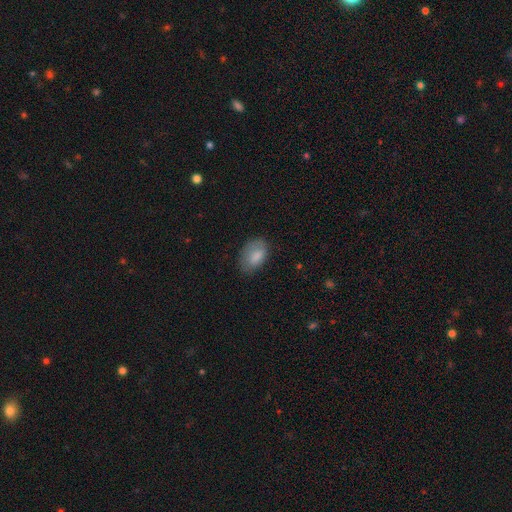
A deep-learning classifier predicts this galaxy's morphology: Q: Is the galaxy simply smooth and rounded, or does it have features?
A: smooth — 82%.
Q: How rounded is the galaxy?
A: in between — 91%.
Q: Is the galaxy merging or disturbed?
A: none — 69%.